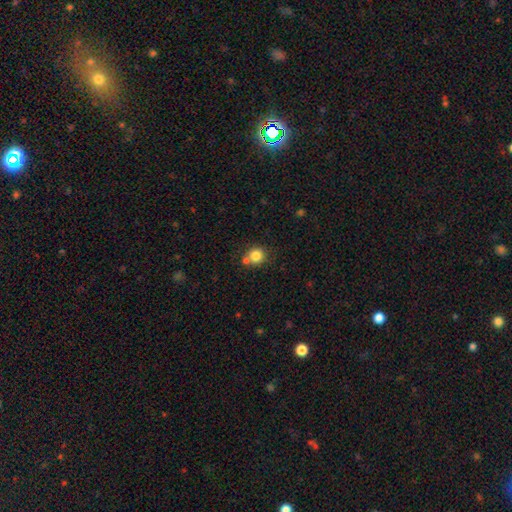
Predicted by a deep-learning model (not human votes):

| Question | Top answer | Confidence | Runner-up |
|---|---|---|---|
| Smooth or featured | smooth | 82% | star or artifact (11%) |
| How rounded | round | 90% | in between (9%) |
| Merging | none | 67% | merger (21%) |